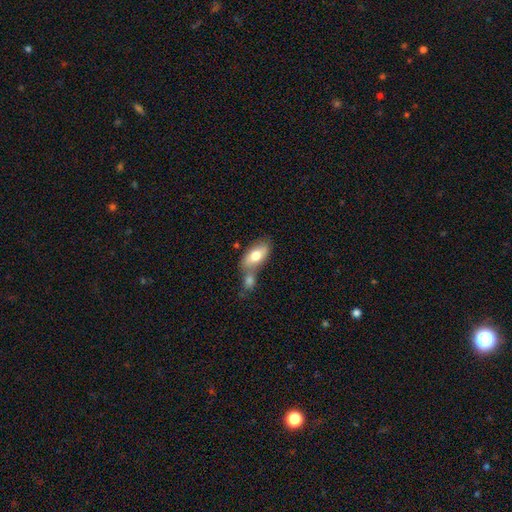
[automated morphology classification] This appears to be a smooth galaxy with no disk features (74%) that is in between round and cigar-shaped (89%). Merging: merger (45%).